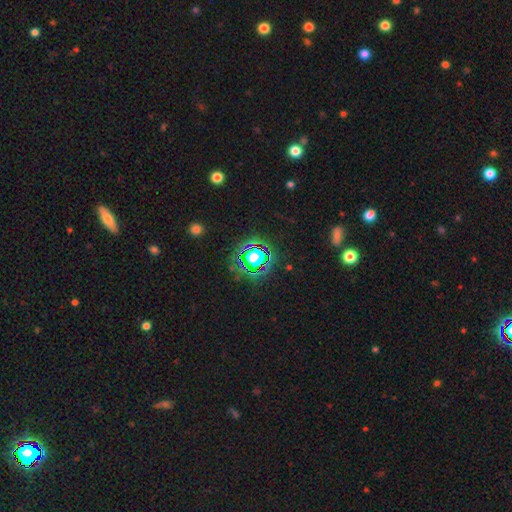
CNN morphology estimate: star or artifact 78%, smooth 14%, featured or disk 8%.